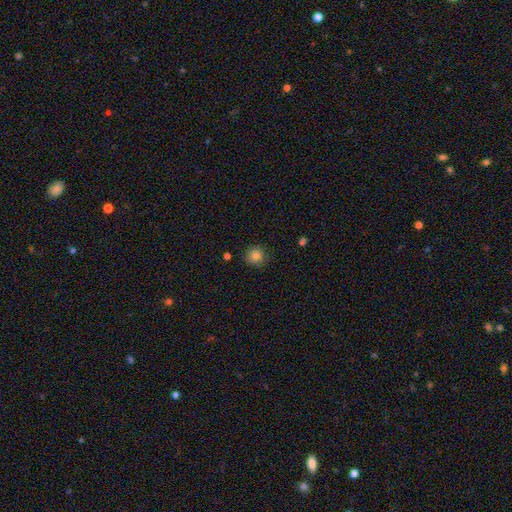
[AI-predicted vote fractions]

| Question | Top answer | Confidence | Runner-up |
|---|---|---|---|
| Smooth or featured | smooth | 84% | star or artifact (11%) |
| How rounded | round | 92% | in between (7%) |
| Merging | none | 86% | minor disturbance (10%) |